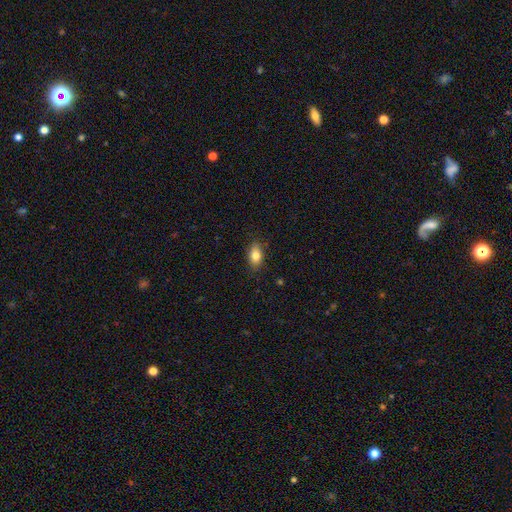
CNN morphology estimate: type=smooth (82%); roundness=in between (85%); merging=none (84%).